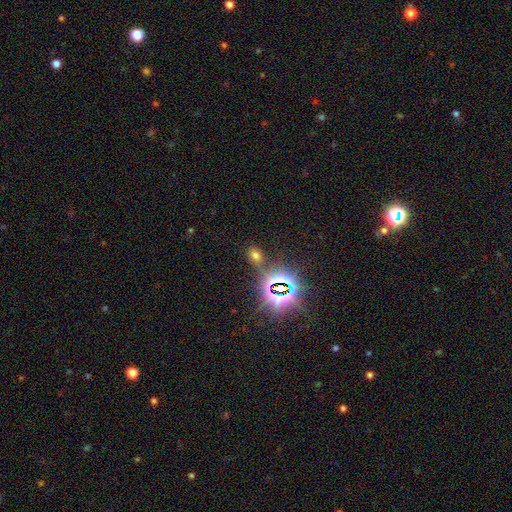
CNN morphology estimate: The model was most divided on "smooth or featured": smooth: 49%, star or artifact: 43%, featured or disk: 8%. More confident: merging — none (74%).